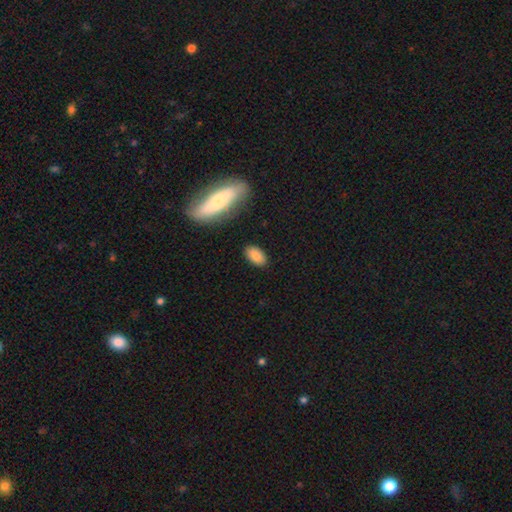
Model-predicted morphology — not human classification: Smooth or featured? Predicted: smooth (p=0.85). How rounded? Predicted: in between (p=0.92). Merging? Predicted: none (p=0.86).